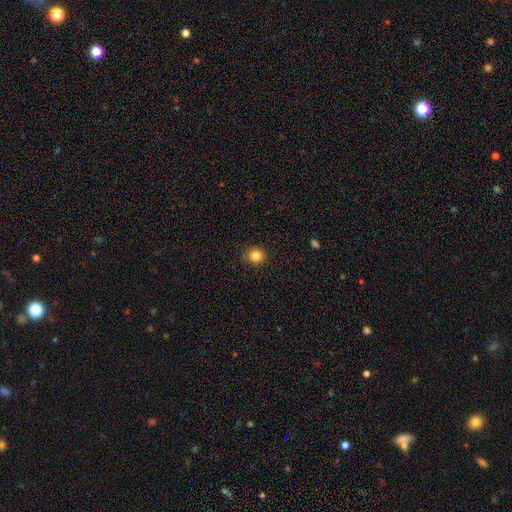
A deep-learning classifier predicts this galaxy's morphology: This is clearly a smooth galaxy (84%). How rounded: clearly round (92%). Merging: clearly none (90%).